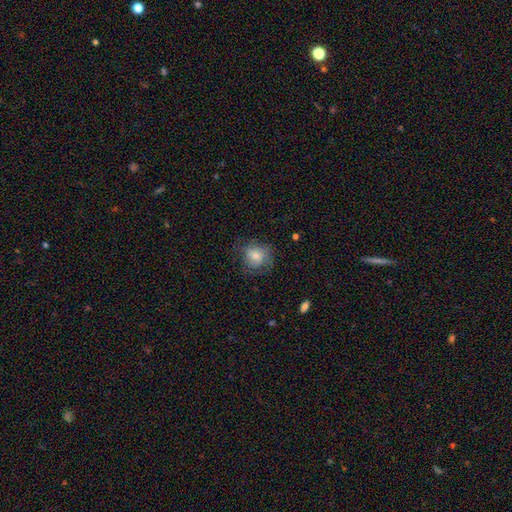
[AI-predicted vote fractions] A smooth galaxy with no disk features (73%) that is round (76%).

Vote fractions:
- Smooth or featured? smooth: 73% / featured or disk: 17% / star or artifact: 9%
- How rounded? round: 76% / in between: 23% / cigar-shaped: 1%
- Merging? none: 64% / minor disturbance: 23% / major disturbance: 12% / merger: 1%